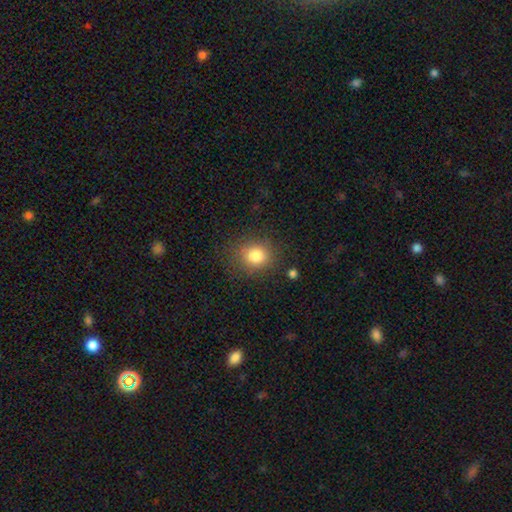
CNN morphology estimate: smooth-or-featured: smooth: 82% | star or artifact: 11% | featured or disk: 6%
  how-rounded: round: 81% | in between: 18% | cigar-shaped: 1%
  merging: none: 81% | minor disturbance: 12% | major disturbance: 5% | merger: 3%